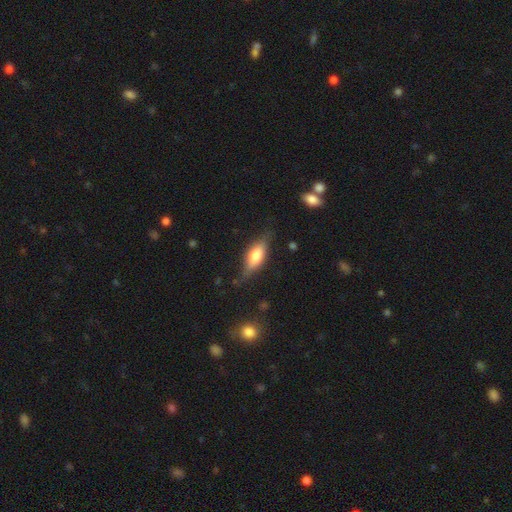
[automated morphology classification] smooth_or_featured: smooth (p=0.50) [alt: featured or disk p=0.43]
merging: none (p=0.72) [alt: minor disturbance p=0.20]